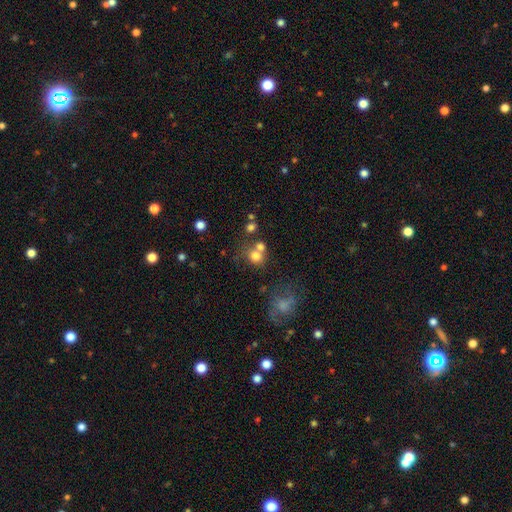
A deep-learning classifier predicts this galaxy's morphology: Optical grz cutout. It shows a smooth galaxy with no disk features (73%) that is round (78%). Merging: none (47%).